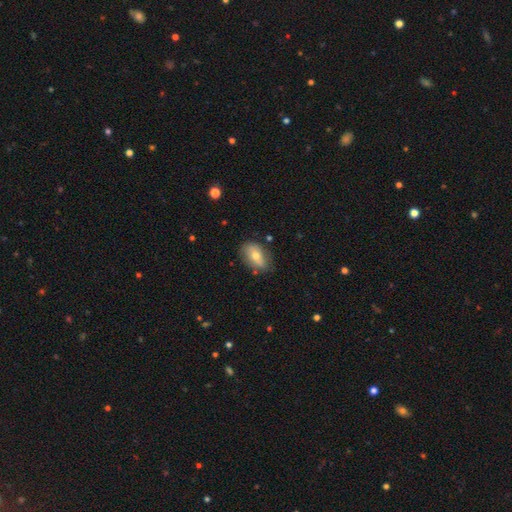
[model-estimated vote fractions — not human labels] A smooth galaxy with no disk features (64%) that is in between round and cigar-shaped (88%).

Vote fractions:
- Smooth or featured? smooth: 64% / featured or disk: 28% / star or artifact: 7%
- How rounded? in between: 88% / round: 10% / cigar-shaped: 3%
- Merging? none: 73% / minor disturbance: 20% / major disturbance: 5% / merger: 3%